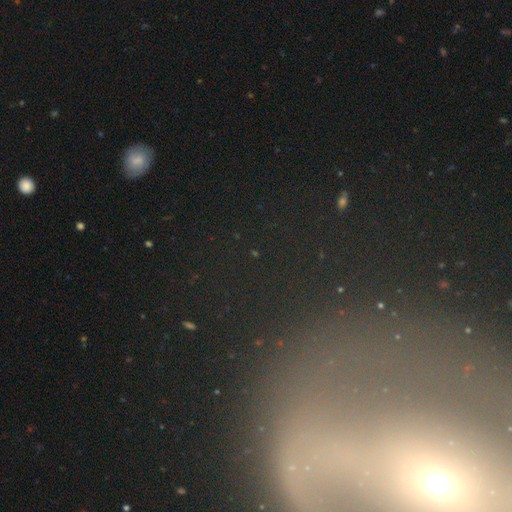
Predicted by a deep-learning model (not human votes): The model was most divided on "smooth or featured": star or artifact: 45%, featured or disk: 35%, smooth: 20%.